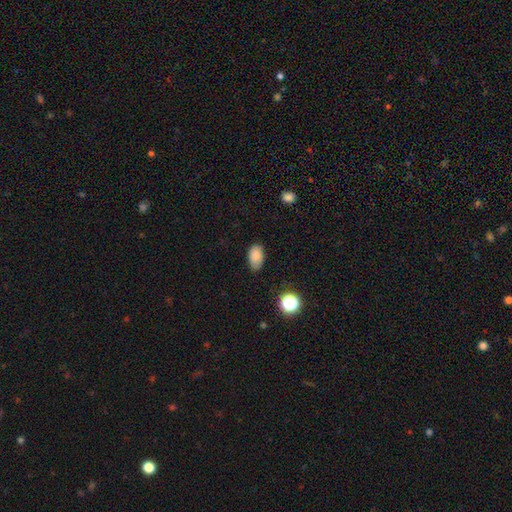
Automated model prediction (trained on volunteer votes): The model was most divided on "merging": none: 73%, minor disturbance: 22%, major disturbance: 4%, merger: 1%. More confident: how rounded — in between (91%); smooth or featured — smooth (83%).